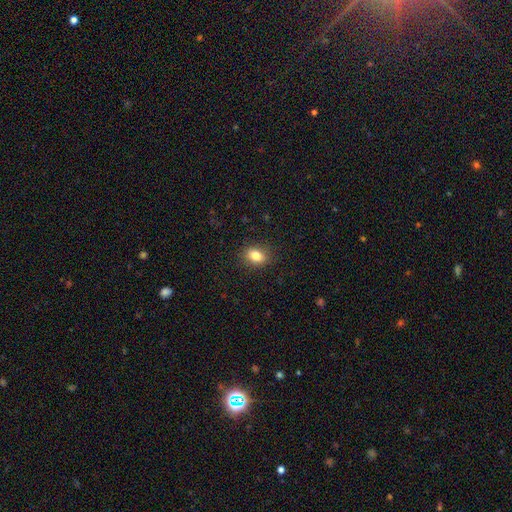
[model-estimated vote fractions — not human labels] This is clearly a smooth galaxy (83%). How rounded: likely in between (71%). Merging: clearly none (87%).